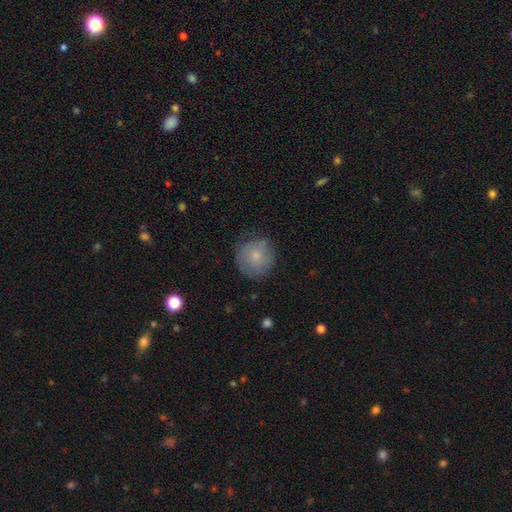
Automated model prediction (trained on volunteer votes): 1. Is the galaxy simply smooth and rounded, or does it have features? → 74% smooth, 18% featured or disk, 8% star or artifact.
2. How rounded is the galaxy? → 91% round, 8% in between, 1% cigar-shaped.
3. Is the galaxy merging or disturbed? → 71% none, 22% minor disturbance, 6% major disturbance, 1% merger.